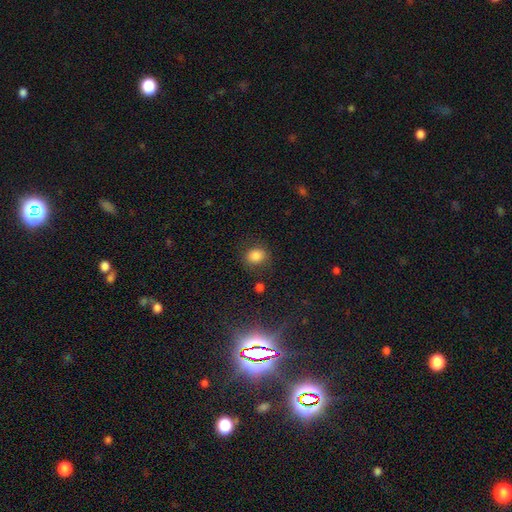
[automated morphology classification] type=smooth (82%); roundness=round (64%); merging=none (78%).